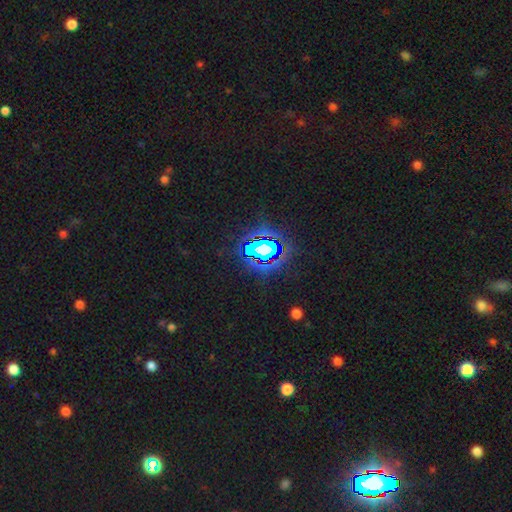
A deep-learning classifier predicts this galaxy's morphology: A star or artifact, not a galaxy (79%).

Vote fractions:
- Smooth or featured? star or artifact: 79% / smooth: 12% / featured or disk: 9%